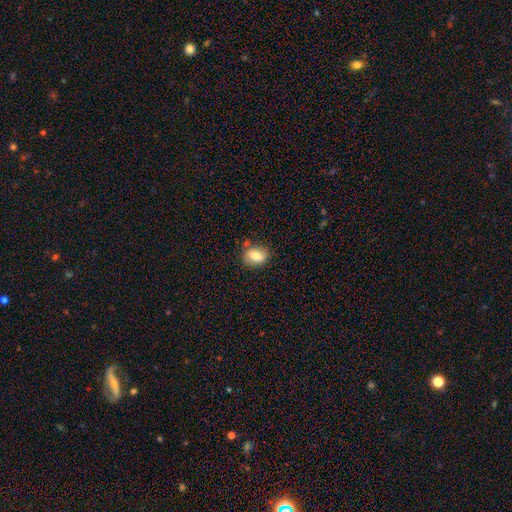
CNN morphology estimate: type=smooth (70%); roundness=in between (57%); merging=none (72%).